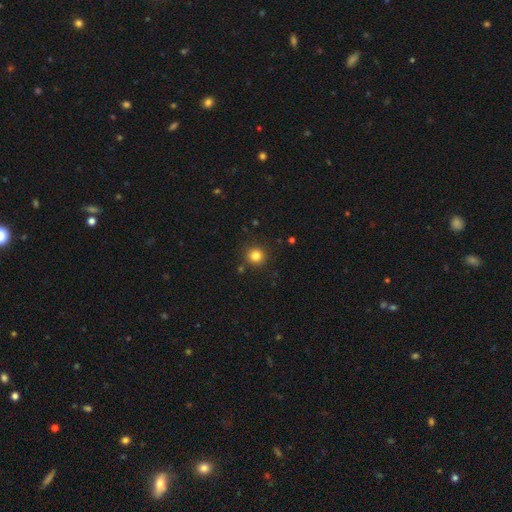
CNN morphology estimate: The model was most divided on "smooth or featured": smooth: 82%, star or artifact: 13%, featured or disk: 5%. More confident: how rounded — round (93%); merging — none (88%).